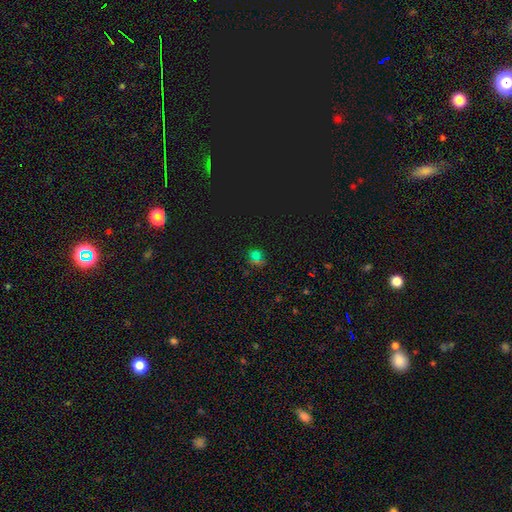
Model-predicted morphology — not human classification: A smooth galaxy with no disk features (46%, tied with star or artifact). Merging: none (70%).